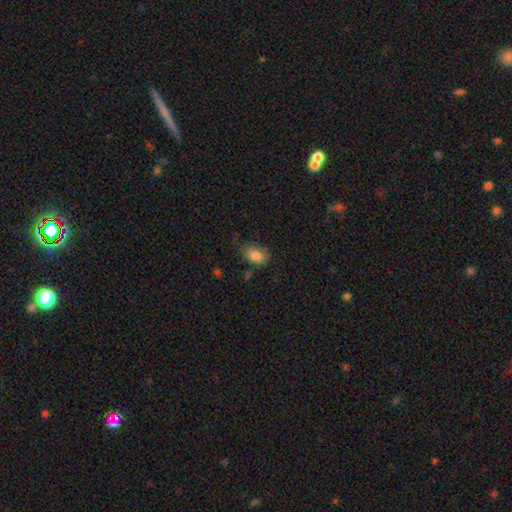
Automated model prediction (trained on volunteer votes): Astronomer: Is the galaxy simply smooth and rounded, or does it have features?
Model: smooth — 85%.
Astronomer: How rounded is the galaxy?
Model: in between — 85%.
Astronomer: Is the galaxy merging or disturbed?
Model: none — 61%.